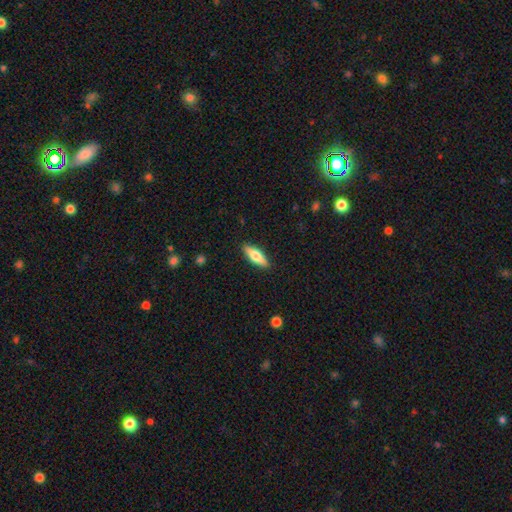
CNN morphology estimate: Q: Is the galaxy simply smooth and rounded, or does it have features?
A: smooth — 61%.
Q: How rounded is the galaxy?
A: in between — 49%, tied with cigar-shaped.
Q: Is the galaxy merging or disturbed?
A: none — 89%.